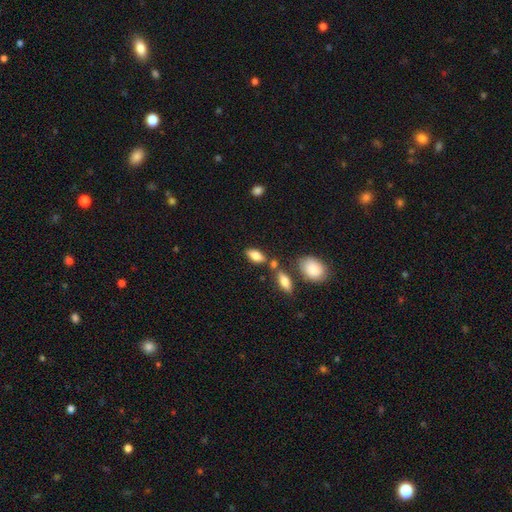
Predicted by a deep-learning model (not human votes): Q: Smooth or featured?
A: smooth (76%); runner-up: featured or disk (16%)
Q: How rounded?
A: in between (85%); runner-up: cigar-shaped (11%)
Q: Merging?
A: none (69%); runner-up: minor disturbance (14%)